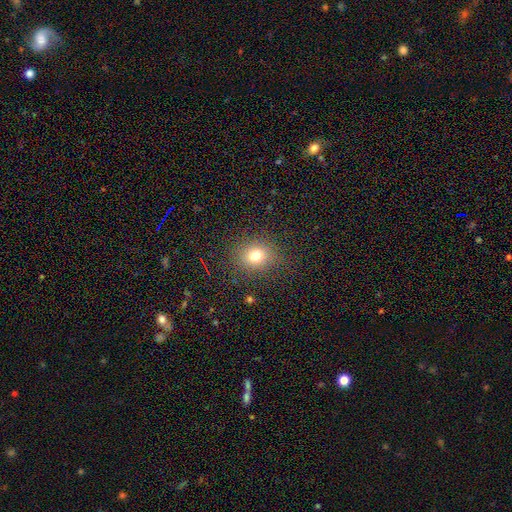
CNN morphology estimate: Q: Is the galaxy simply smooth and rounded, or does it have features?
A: smooth — 75%.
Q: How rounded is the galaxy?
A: round — 76%.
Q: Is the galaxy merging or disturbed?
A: none — 86%.